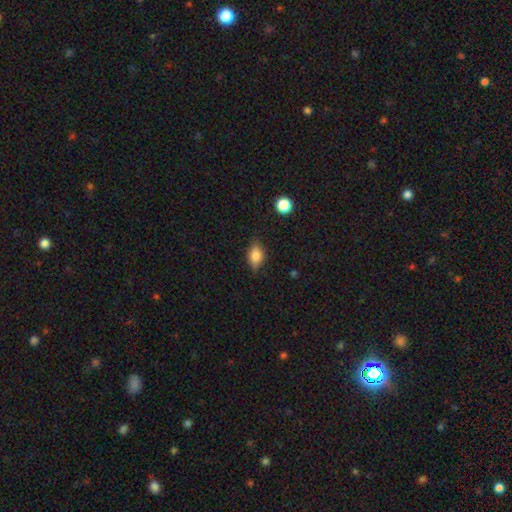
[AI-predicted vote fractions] Smooth or featured? smooth (70%)
How rounded? in between (78%)
Merging? none (77%)